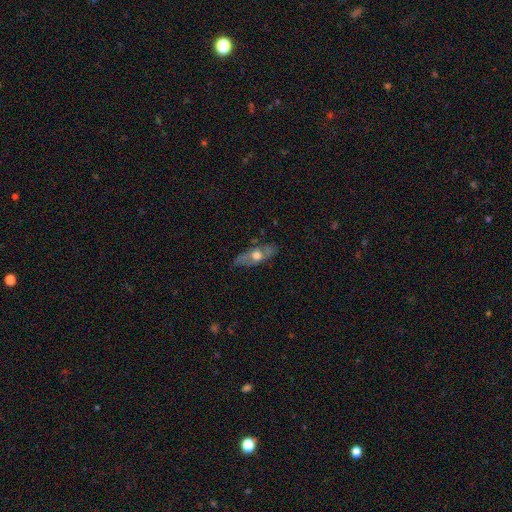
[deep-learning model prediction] The model was most divided on "smooth or featured": featured or disk: 50%, smooth: 44%, star or artifact: 7%. More confident: merging — none (70%).